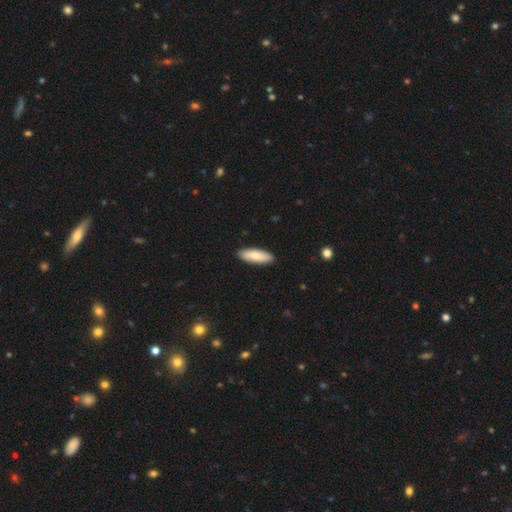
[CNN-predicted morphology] This is likely a smooth galaxy (79%). How rounded: possibly in between (58%). Merging: clearly none (90%).